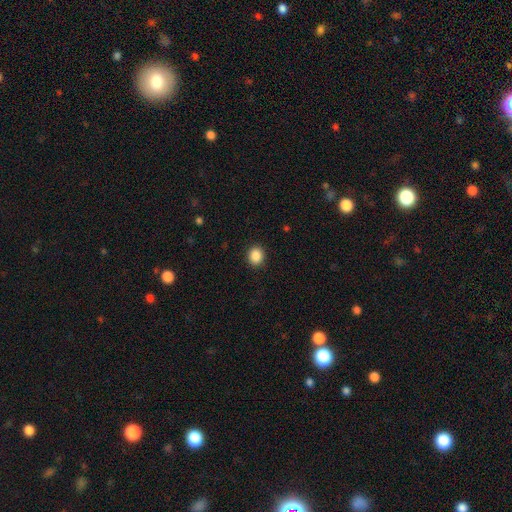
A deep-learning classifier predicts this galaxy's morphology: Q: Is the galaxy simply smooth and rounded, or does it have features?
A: smooth — 88%.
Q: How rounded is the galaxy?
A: round — 74%.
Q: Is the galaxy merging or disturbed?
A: none — 91%.